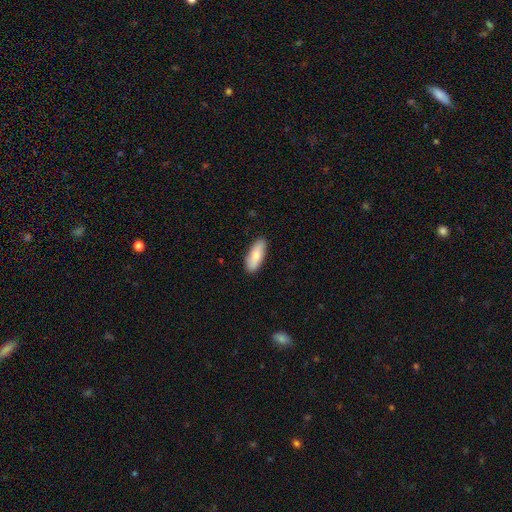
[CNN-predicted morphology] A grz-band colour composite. It shows a smooth galaxy with no disk features (80%) that is in between round and cigar-shaped (76%). Merging: none (88%).